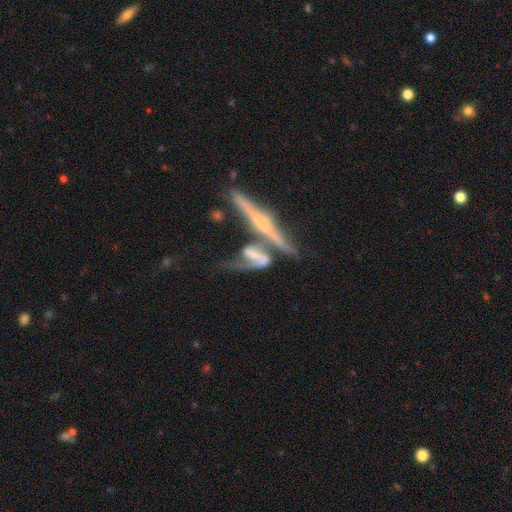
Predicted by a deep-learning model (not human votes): This is likely a featured or disk galaxy (76%). It is possibly not viewed edge-on (55%). Merging: marginally merger (43%).